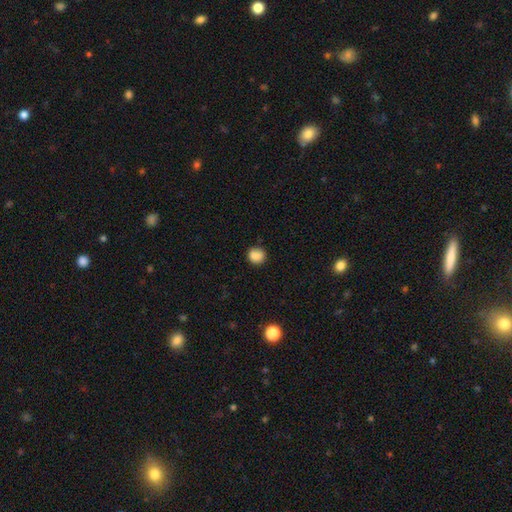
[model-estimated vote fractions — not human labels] Overall: smooth (86%). How rounded: round (81%). Merging: none (79%).